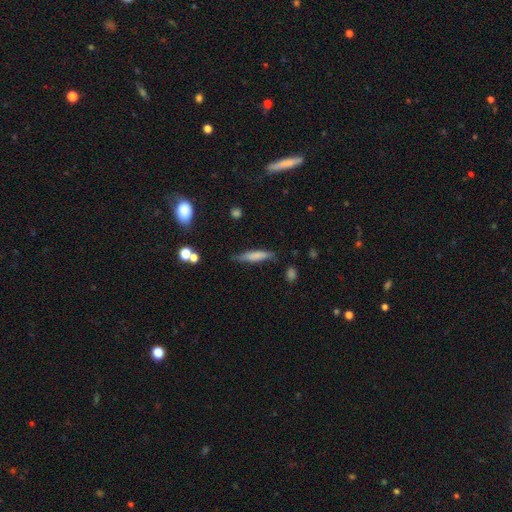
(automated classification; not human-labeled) The model was most divided on "smooth or featured": smooth: 71%, featured or disk: 22%, star or artifact: 7%. More confident: how rounded — cigar-shaped (81%); merging — none (75%).